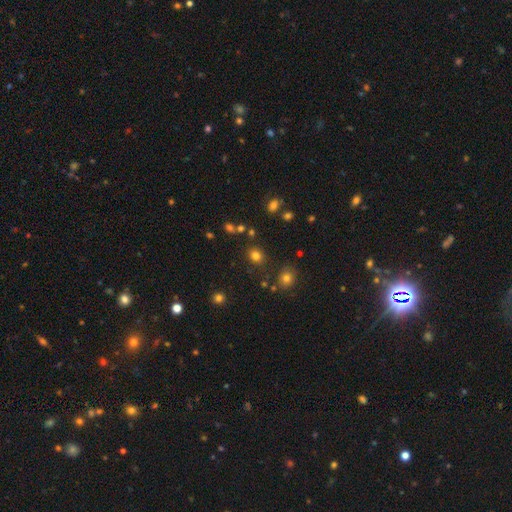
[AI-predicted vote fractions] smooth-or-featured: smooth: 78% | star or artifact: 16% | featured or disk: 6%
  how-rounded: round: 72% | in between: 27% | cigar-shaped: 1%
  merging: none: 83% | minor disturbance: 9% | merger: 5% | major disturbance: 3%